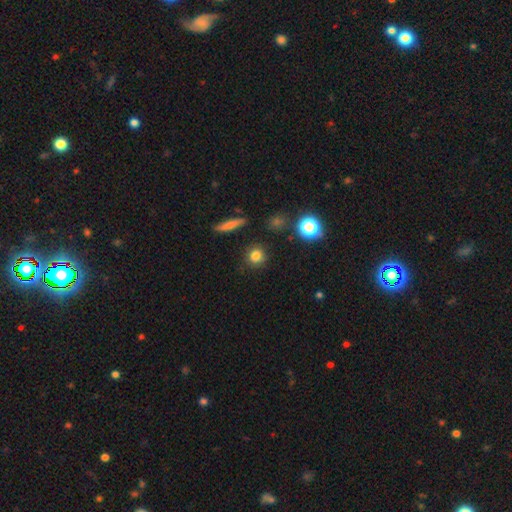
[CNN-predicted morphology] The model was most divided on "smooth or featured": smooth: 80%, star or artifact: 13%, featured or disk: 6%. More confident: merging — none (87%); how rounded — round (86%).